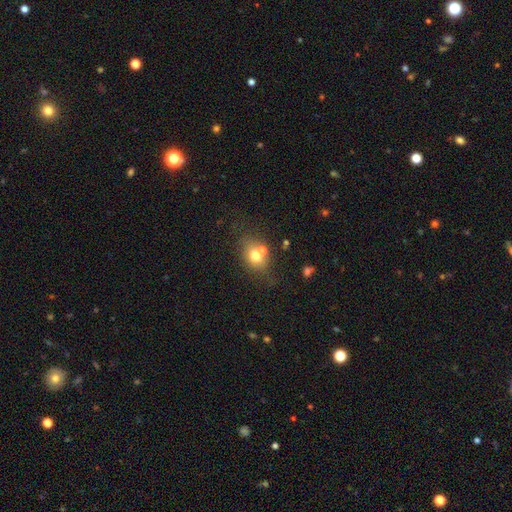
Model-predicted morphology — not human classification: The model was most divided on "how rounded": in between: 52%, round: 47%, cigar-shaped: 1%. More confident: smooth or featured — smooth (69%); merging — none (54%).